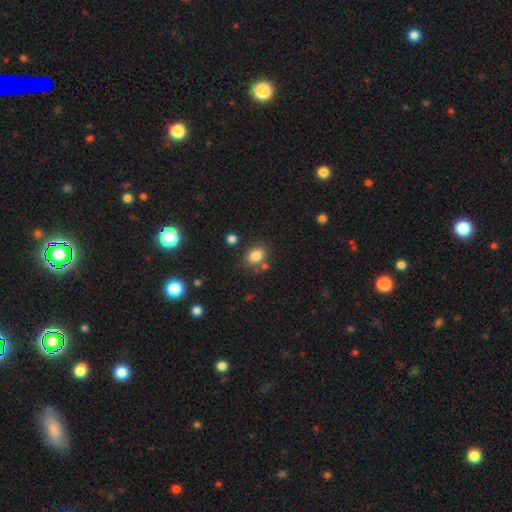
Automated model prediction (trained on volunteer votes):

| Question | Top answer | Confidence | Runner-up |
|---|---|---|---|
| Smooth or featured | smooth | 82% | star or artifact (11%) |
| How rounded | in between | 59% | round (40%) |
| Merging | none | 73% | minor disturbance (14%) |